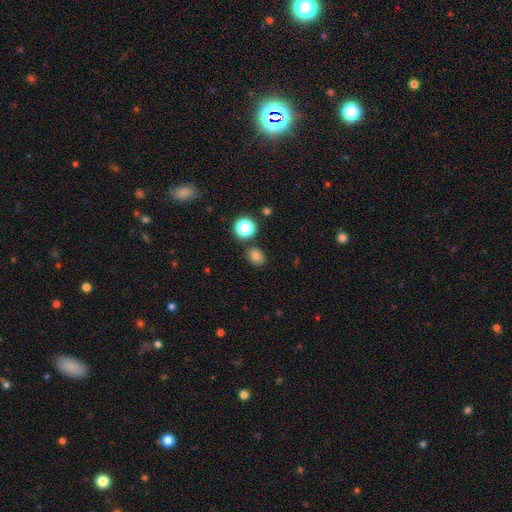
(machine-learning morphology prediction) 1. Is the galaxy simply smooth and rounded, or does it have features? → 75% smooth, 17% star or artifact, 8% featured or disk.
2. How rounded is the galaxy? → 58% round, 41% in between, 1% cigar-shaped.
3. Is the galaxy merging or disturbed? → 82% none, 10% minor disturbance, 6% merger, 3% major disturbance.